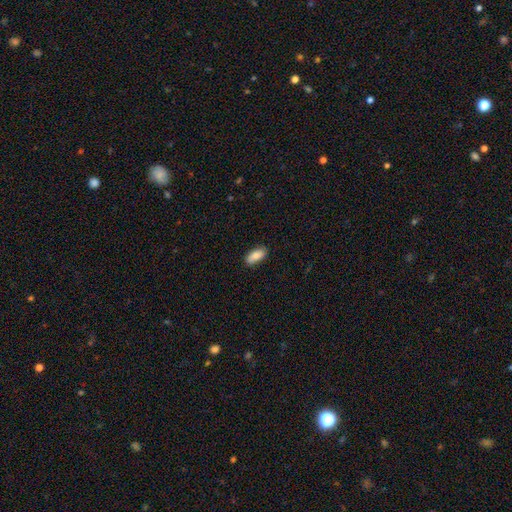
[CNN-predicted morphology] Smooth or featured?
  - smooth: 86% *
  - featured or disk: 8%
  - star or artifact: 6%
How rounded?
  - in between: 87% *
  - cigar-shaped: 11%
  - round: 2%
Merging?
  - none: 83% *
  - minor disturbance: 13%
  - major disturbance: 2%
  - merger: 1%